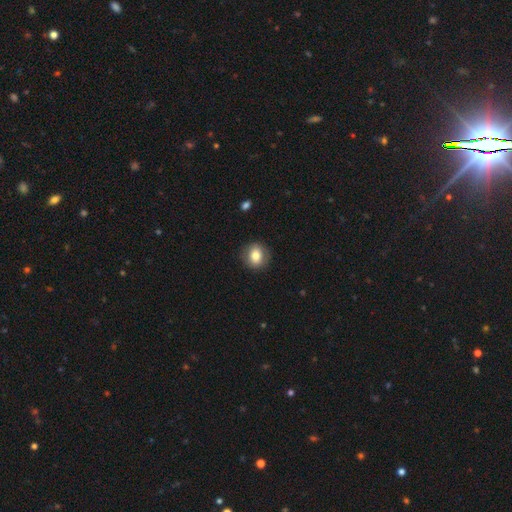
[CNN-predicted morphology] Overall: smooth (77%). How rounded: round (76%). Merging: none (86%).